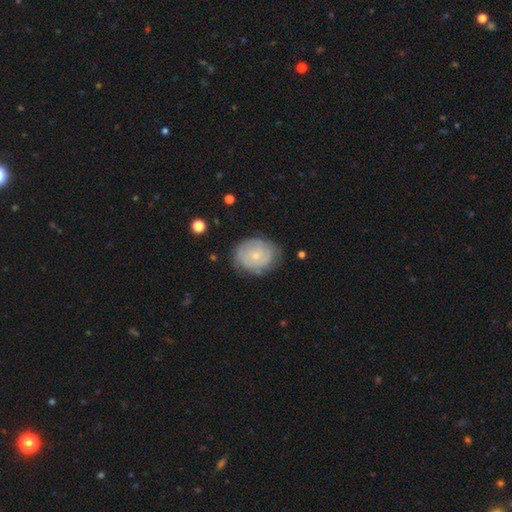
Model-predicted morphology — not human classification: A featured or disk galaxy (56%) with no bar (82%), spiral arms (73%) and a small central bulge (75%). Merging: none (72%).